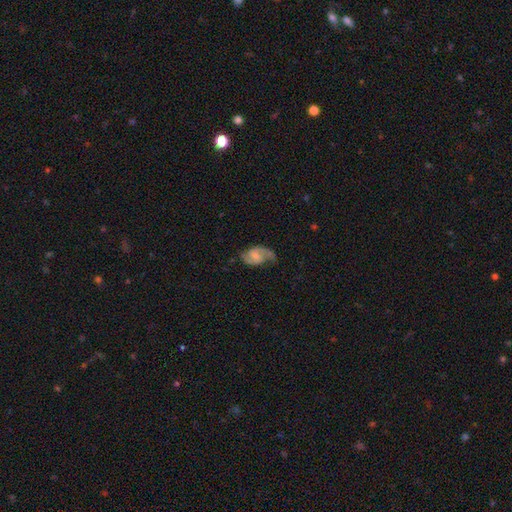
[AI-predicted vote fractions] Morphology: type=featured or disk (80%); edge-on=no (98%); bar=weak (52%); spiral arms=yes (95%); winding=medium (49%); arm count=2 (88%); bulge=small (44%); merging=none (64%).